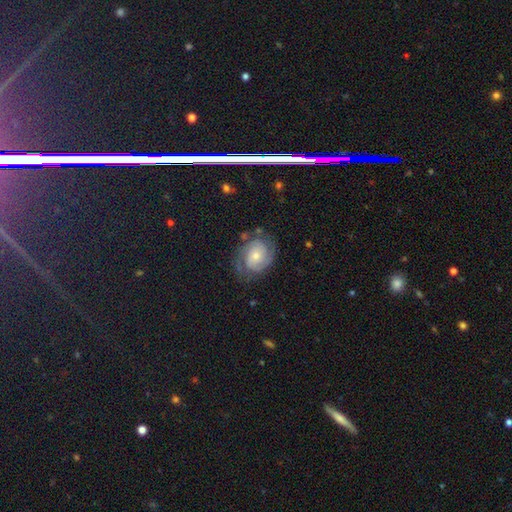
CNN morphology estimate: The model was most divided on "bulge size": small: 53%, moderate: 39%, large: 5%, none: 2%, dominant: 1%. More confident: edge-on disk — no (97%); spiral arms — yes (92%); smooth or featured — featured or disk (74%); bar — no (73%); merging — none (67%); spiral arm count — 2 (63%); spiral winding — tight (55%).